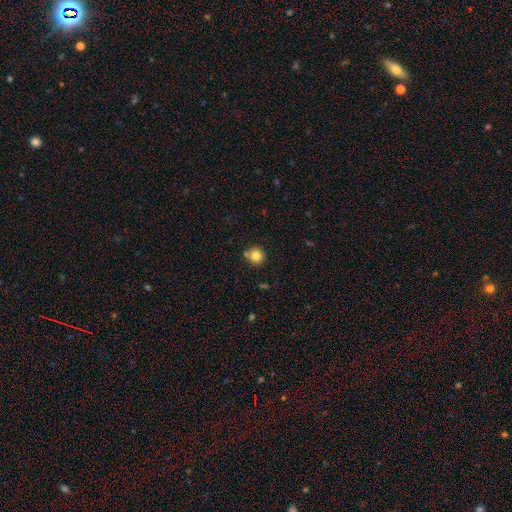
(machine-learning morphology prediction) Smooth or featured?
  - smooth: 82% *
  - star or artifact: 11%
  - featured or disk: 7%
How rounded?
  - round: 93% *
  - in between: 6%
  - cigar-shaped: 1%
Merging?
  - none: 76% *
  - minor disturbance: 11%
  - merger: 11%
  - major disturbance: 3%